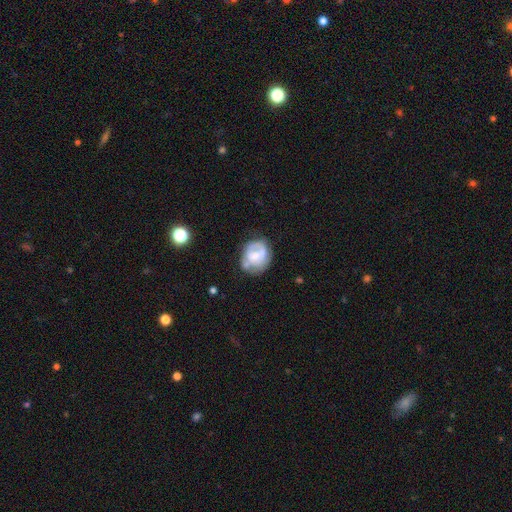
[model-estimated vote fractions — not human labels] Smooth or featured: featured or disk — 50% (smooth — 43%)
Edge-on disk: no — 97% (yes — 3%)
Merging: none — 48% (minor disturbance — 29%)